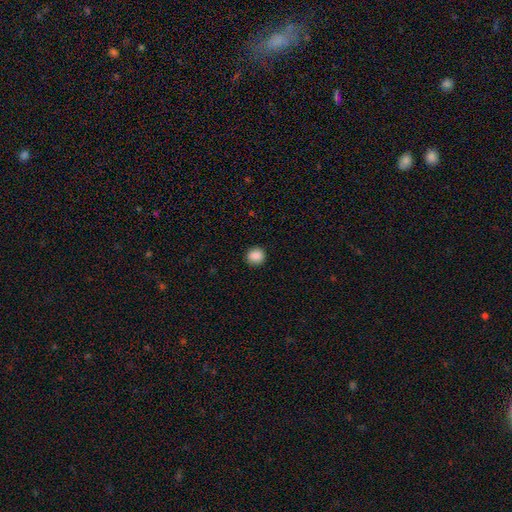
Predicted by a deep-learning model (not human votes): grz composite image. It shows a smooth galaxy with no disk features (89%) that is round (88%). Merging: none (91%).